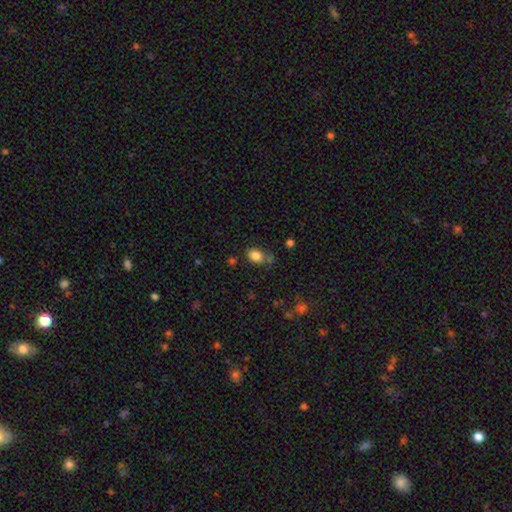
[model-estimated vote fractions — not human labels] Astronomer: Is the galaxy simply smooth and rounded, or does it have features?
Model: smooth — 84%.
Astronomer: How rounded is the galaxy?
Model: in between — 70%.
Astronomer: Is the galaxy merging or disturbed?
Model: none — 63%.